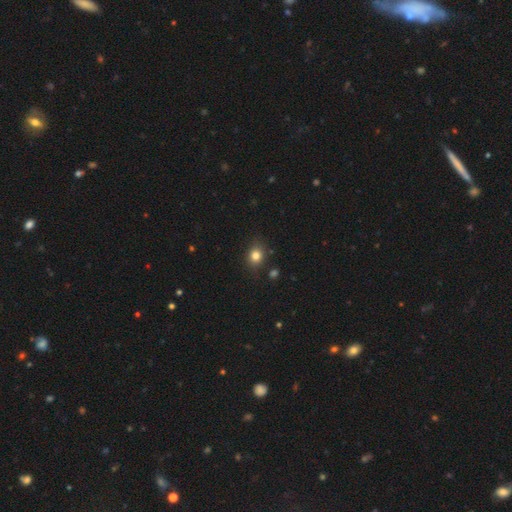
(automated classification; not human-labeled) This is clearly a smooth galaxy (81%). How rounded: possibly round (59%). Merging: clearly none (82%).